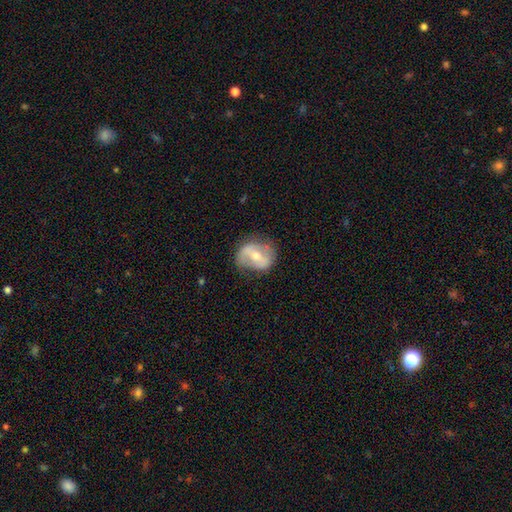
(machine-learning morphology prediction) featured or disk 60%, smooth 33%, star or artifact 6%. Down the decision tree: edge-on disk — no (95%); bar — strong (37%, tied with weak); spiral arms — yes (59%); bulge size — moderate (62%); merging — none (64%).